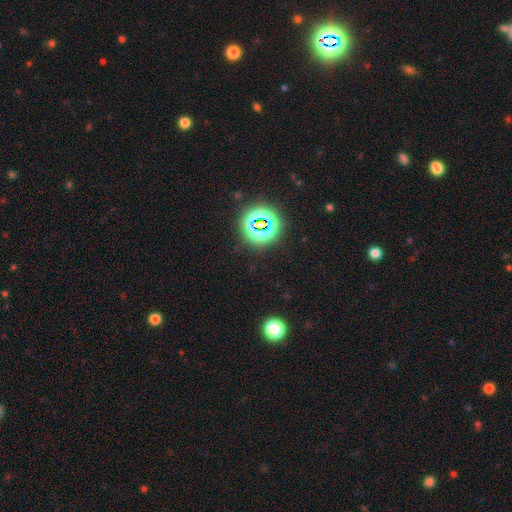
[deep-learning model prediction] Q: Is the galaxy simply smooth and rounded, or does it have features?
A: star or artifact — 75%.